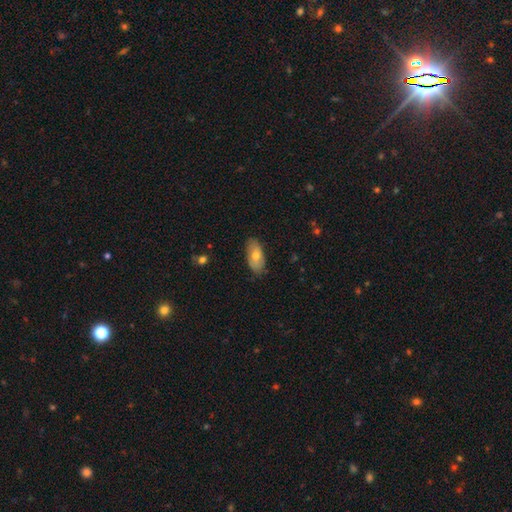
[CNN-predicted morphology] Smooth or featured: smooth — 69% (featured or disk — 25%)
How rounded: in between — 90% (cigar-shaped — 7%)
Merging: none — 81% (minor disturbance — 16%)